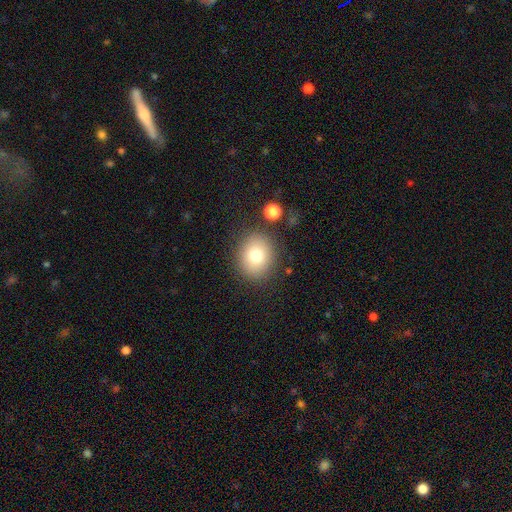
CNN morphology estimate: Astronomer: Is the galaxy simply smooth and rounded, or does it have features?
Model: smooth — 76%.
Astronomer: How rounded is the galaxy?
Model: round — 69%.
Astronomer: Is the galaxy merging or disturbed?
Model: none — 84%.